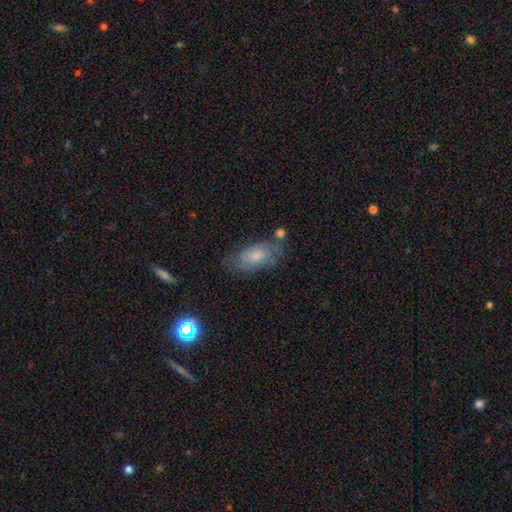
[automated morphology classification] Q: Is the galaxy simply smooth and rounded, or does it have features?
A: smooth — 65%.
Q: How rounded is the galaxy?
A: in between — 89%.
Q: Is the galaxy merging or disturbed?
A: none — 61%.